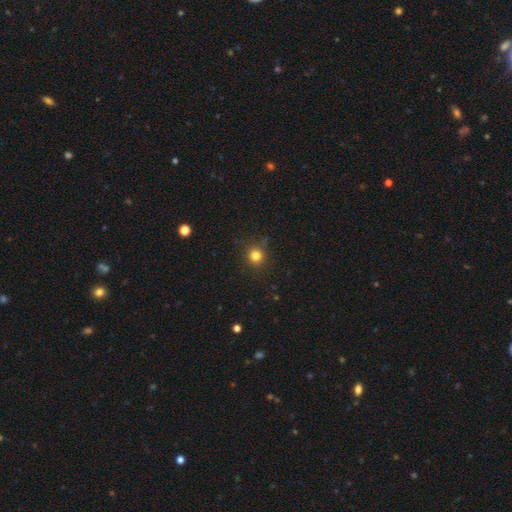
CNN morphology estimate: Q: Smooth or featured?
A: smooth (80%); runner-up: star or artifact (15%)
Q: How rounded?
A: round (93%); runner-up: in between (6%)
Q: Merging?
A: none (85%); runner-up: minor disturbance (10%)